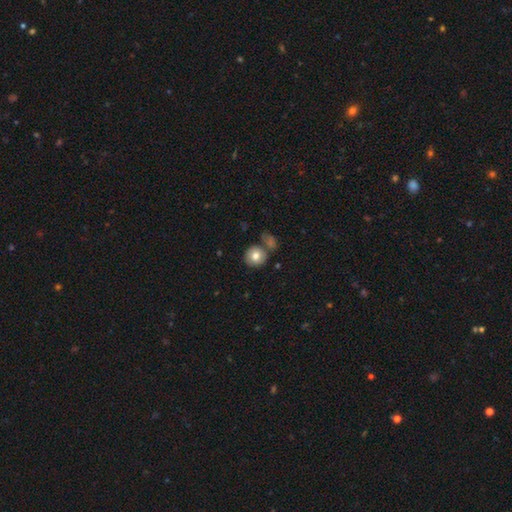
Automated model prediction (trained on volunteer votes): Smooth or featured?
  - smooth: 77% *
  - featured or disk: 14%
  - star or artifact: 8%
How rounded?
  - round: 86% *
  - in between: 13%
  - cigar-shaped: 1%
Merging?
  - none: 64% *
  - merger: 18%
  - minor disturbance: 13%
  - major disturbance: 5%